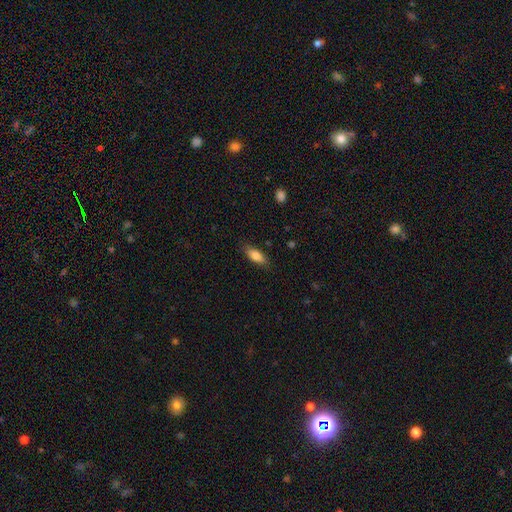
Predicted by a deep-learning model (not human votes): smooth 79%, featured or disk 14%, star or artifact 7%. Down the decision tree: how rounded — in between (71%); merging — none (85%).